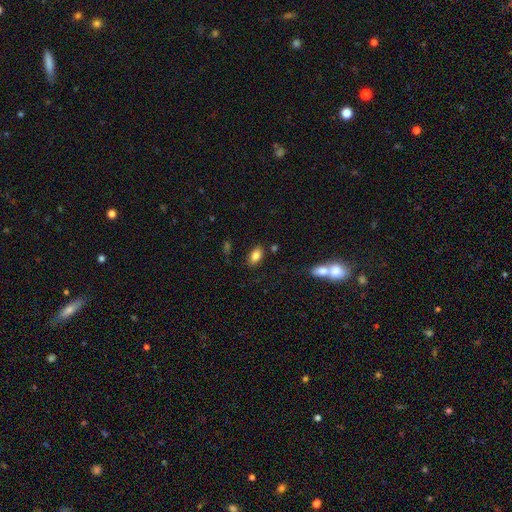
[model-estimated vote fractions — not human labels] Overall: smooth (84%). How rounded: in between (91%). Merging: none (82%).